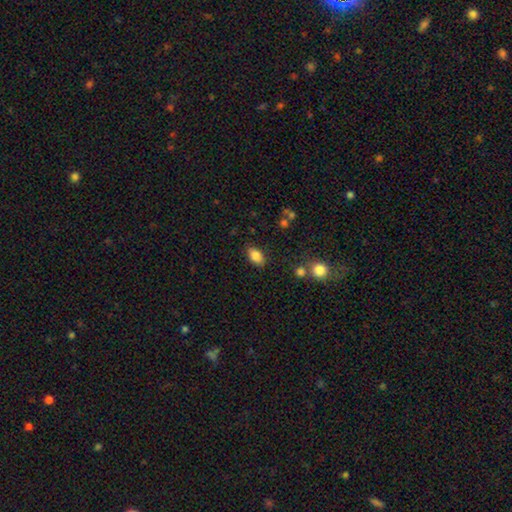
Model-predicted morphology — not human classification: Smooth or featured? smooth (84%)
How rounded? in between (90%)
Merging? none (83%)